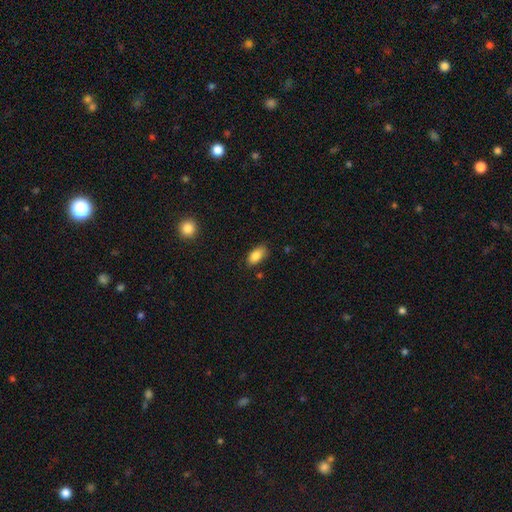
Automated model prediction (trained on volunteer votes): A smooth galaxy with no disk features (85%) that is in between round and cigar-shaped (90%).

Vote fractions:
- Smooth or featured? smooth: 85% / star or artifact: 8% / featured or disk: 7%
- How rounded? in between: 90% / cigar-shaped: 6% / round: 4%
- Merging? none: 79% / minor disturbance: 16% / major disturbance: 3% / merger: 2%